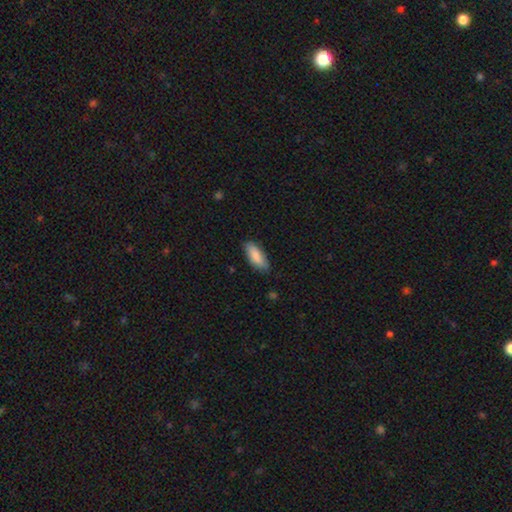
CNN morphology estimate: smooth 87%, featured or disk 7%, star or artifact 6%. Down the decision tree: how rounded — in between (74%); merging — none (83%).